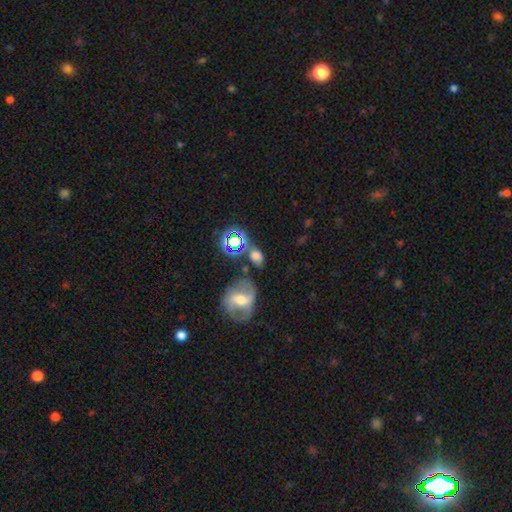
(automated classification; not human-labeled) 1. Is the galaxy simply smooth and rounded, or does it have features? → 57% smooth, 23% star or artifact, 19% featured or disk.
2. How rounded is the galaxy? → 67% in between, 30% round, 3% cigar-shaped.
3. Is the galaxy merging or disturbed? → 60% none, 16% minor disturbance, 15% merger, 8% major disturbance.